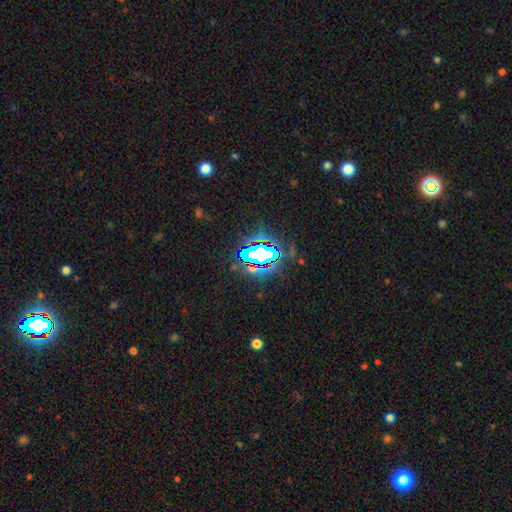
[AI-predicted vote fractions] Smooth or featured? star or artifact (67%)